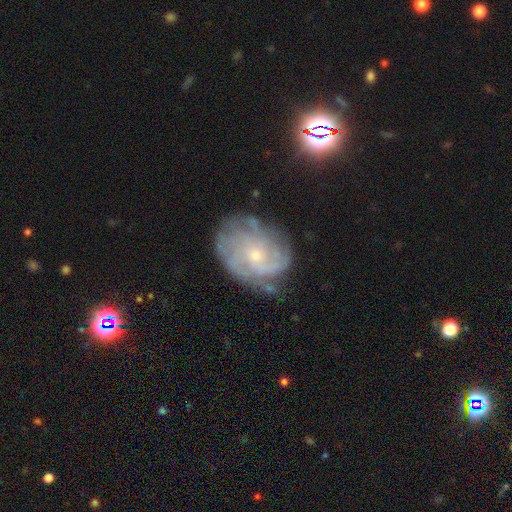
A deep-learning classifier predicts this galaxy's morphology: Smooth or featured: featured or disk — 79% (smooth — 13%)
Edge-on disk: no — 97% (yes — 3%)
Bar: no — 76% (weak — 21%)
Spiral arms: yes — 91% (no — 9%)
Spiral winding: tight — 56% (medium — 32%)
Spiral arm count: can't tell — 42% (4 — 16%)
Bulge size: small — 71% (moderate — 25%)
Merging: none — 64% (minor disturbance — 22%)